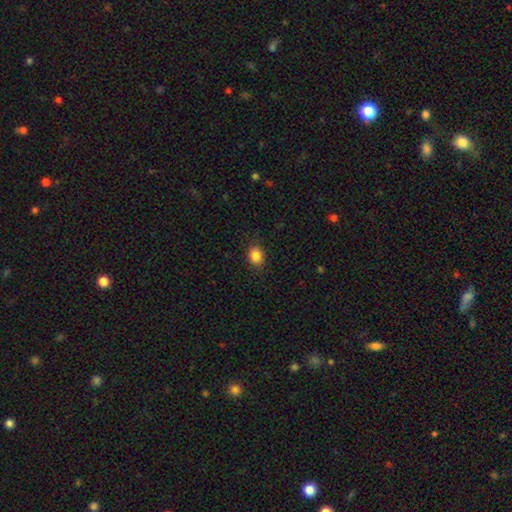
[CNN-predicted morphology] Overall: smooth (86%). How rounded: round (62%; in between 37%). Merging: none (86%).